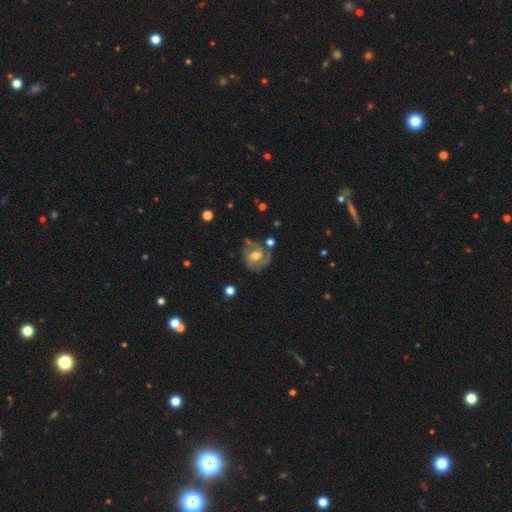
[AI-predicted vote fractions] Smooth or featured? featured or disk (75%)
Edge-on disk? no (97%)
Bar? weak (46%)
Spiral arms? yes (89%)
Spiral winding? medium (46%)
Spiral arm count? 2 (65%)
Bulge size? moderate (67%)
Merging? none (60%)